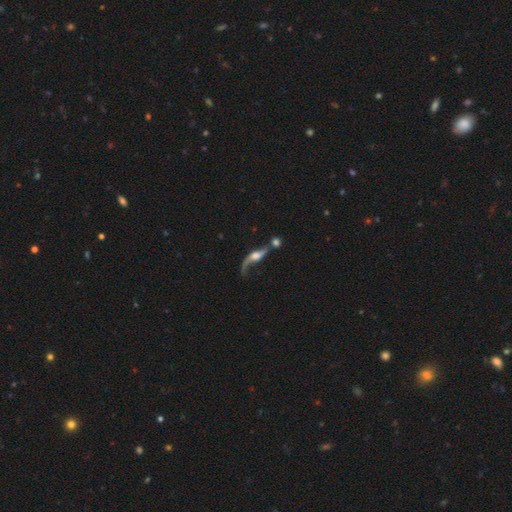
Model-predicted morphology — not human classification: Smooth or featured? featured or disk (76%)
Edge-on disk? no (68%)
Bar? no (57%)
Spiral arms? yes (87%)
Bulge size? moderate (47%)
Merging? none (38%)